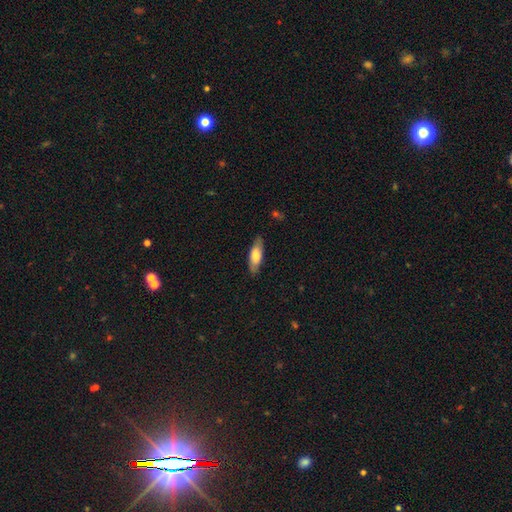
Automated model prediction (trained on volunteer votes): Smooth or featured: smooth — 71% (featured or disk — 24%)
How rounded: in between — 58% (cigar-shaped — 40%)
Merging: none — 83% (minor disturbance — 13%)